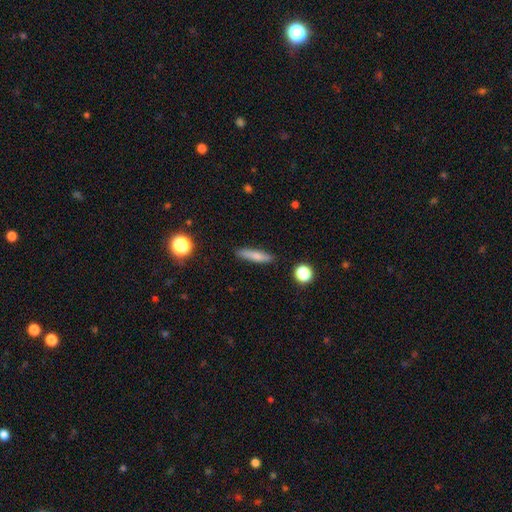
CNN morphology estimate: smooth 72%, featured or disk 19%, star or artifact 8%. Down the decision tree: how rounded — cigar-shaped (83%); merging — none (86%).